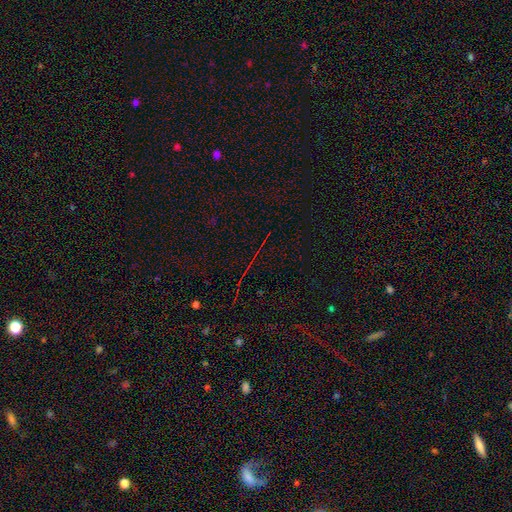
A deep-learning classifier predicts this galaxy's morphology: type=star or artifact (77%).